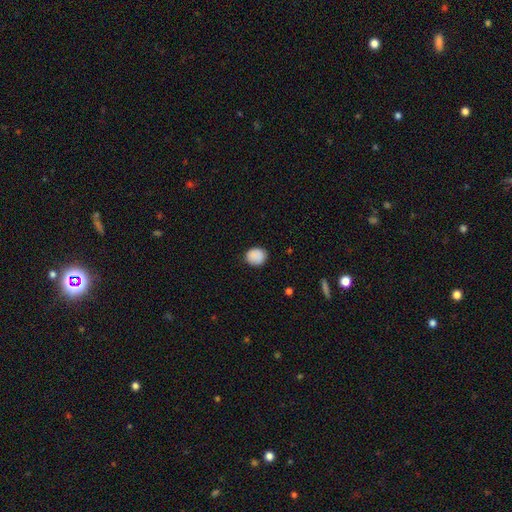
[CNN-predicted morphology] Smooth or featured: smooth — 89% (star or artifact — 8%)
How rounded: round — 67% (in between — 32%)
Merging: none — 85% (minor disturbance — 11%)